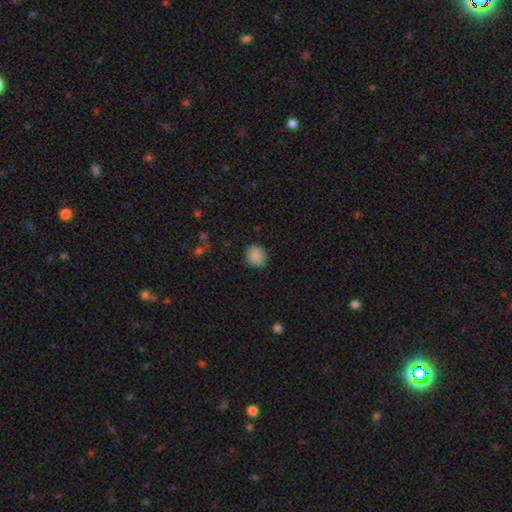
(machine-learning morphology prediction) A smooth galaxy with no disk features (88%) that is round (78%). Merging: none (87%).